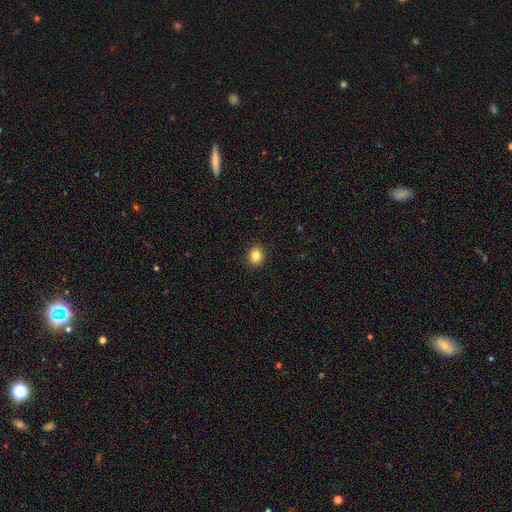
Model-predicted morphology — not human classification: The model was most divided on "how rounded": round: 72%, in between: 27%, cigar-shaped: 1%. More confident: merging — none (91%); smooth or featured — smooth (84%).